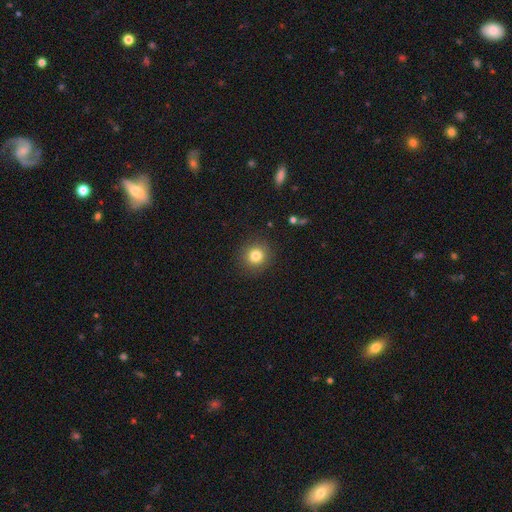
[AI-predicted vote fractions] Smooth or featured? smooth (82%)
How rounded? round (92%)
Merging? none (90%)